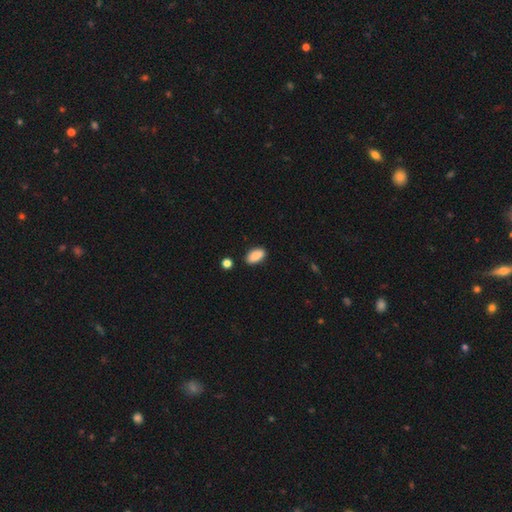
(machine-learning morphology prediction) type=smooth (89%); roundness=in between (92%); merging=none (85%).